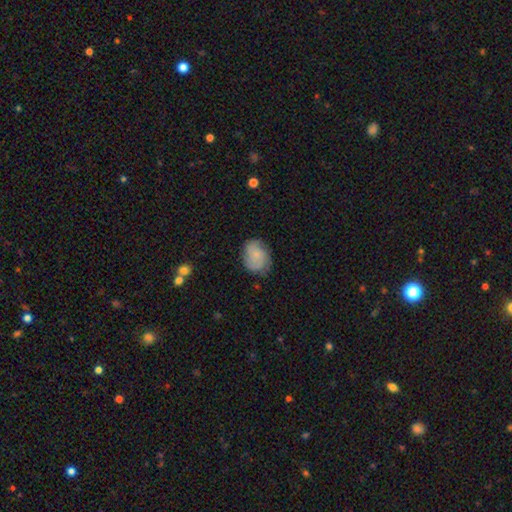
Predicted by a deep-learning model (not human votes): smooth 49%, featured or disk 43%, star or artifact 8%. Down the decision tree: merging — none (69%).